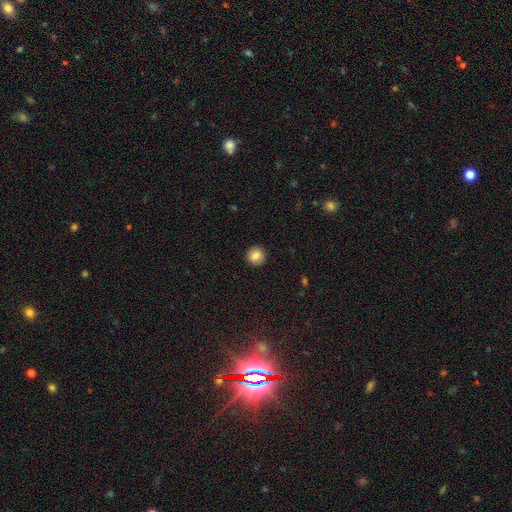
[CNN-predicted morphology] type=smooth (83%); roundness=round (91%); merging=none (91%).